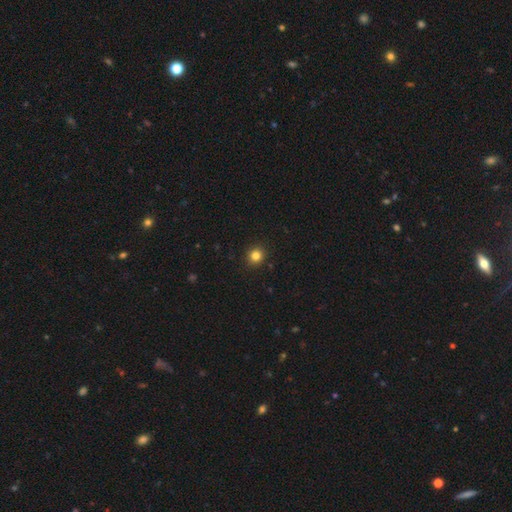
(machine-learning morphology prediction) The model was most divided on "smooth or featured": smooth: 83%, star or artifact: 13%, featured or disk: 5%. More confident: merging — none (92%); how rounded — round (89%).